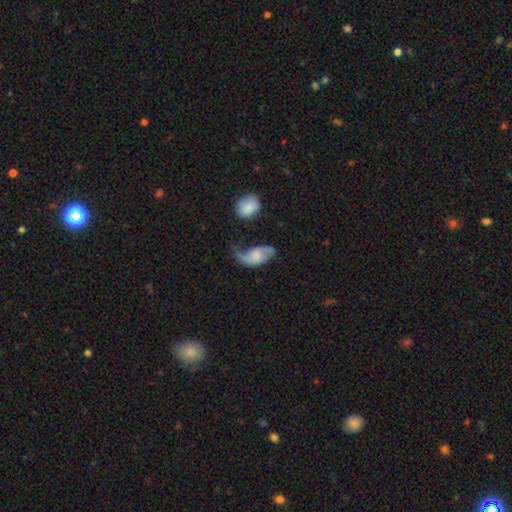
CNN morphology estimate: featured or disk 61%, smooth 33%, star or artifact 7%. Down the decision tree: edge-on disk — no (96%); bar — no (62%); spiral arms — yes (87%); spiral arm count — 2 (77%); spiral winding — loose (67%); bulge size — small (32%); merging — none (33%).